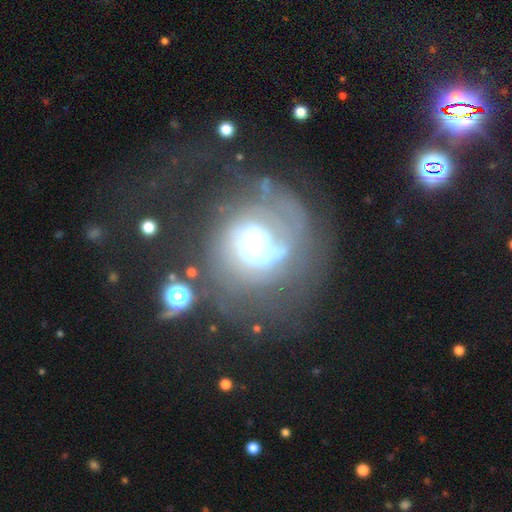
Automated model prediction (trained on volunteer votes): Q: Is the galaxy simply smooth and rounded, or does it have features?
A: featured or disk — 74%.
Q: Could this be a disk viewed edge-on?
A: no — 97%.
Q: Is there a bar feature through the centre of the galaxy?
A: no — 47%.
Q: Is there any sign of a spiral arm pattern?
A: yes — 85%.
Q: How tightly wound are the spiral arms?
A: medium — 39%.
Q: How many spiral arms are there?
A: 2 — 40%.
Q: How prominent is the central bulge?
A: large — 47%.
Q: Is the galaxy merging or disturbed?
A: none — 46%.